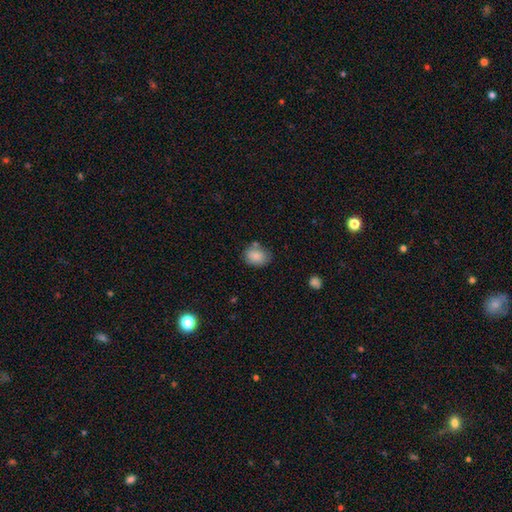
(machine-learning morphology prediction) Overall: smooth (85%). How rounded: in between (59%; round 40%). Merging: none (67%).